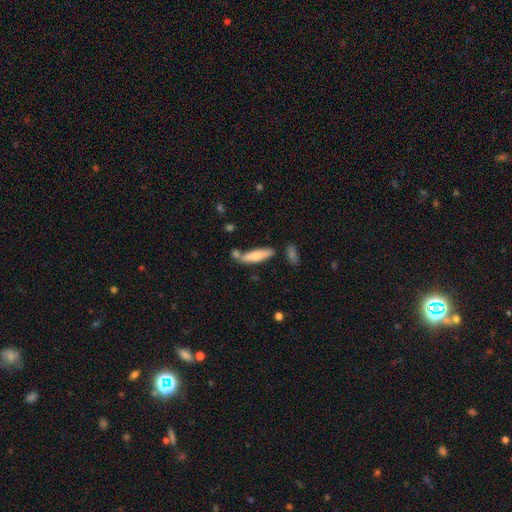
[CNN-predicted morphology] Smooth or featured: smooth — 72% (featured or disk — 22%)
How rounded: cigar-shaped — 69% (in between — 30%)
Merging: none — 63% (minor disturbance — 17%)